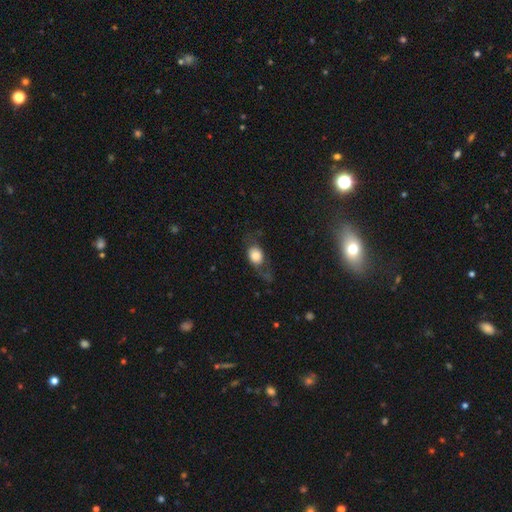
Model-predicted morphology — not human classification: smooth 70%, featured or disk 22%, star or artifact 8%. Down the decision tree: how rounded — in between (56%); merging — none (45%).